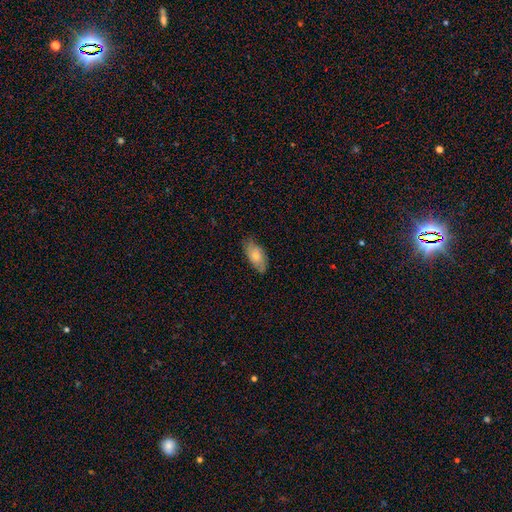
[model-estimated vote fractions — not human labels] Morphology: type=smooth (67%); roundness=in between (90%); merging=none (76%).